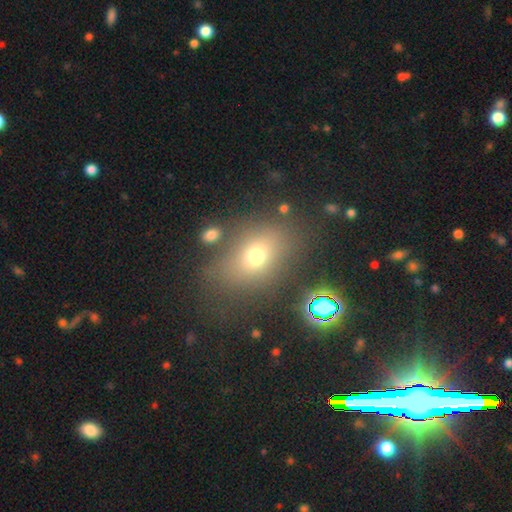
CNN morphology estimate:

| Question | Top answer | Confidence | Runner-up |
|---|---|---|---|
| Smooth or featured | smooth | 66% | star or artifact (18%) |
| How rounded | in between | 69% | round (29%) |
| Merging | none | 72% | minor disturbance (15%) |